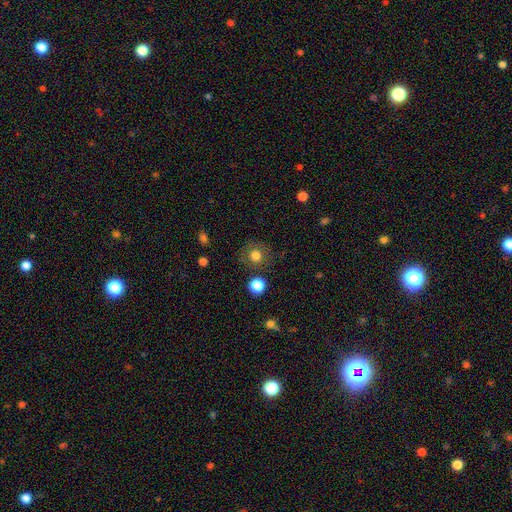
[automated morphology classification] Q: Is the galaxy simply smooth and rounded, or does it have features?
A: smooth — 79%.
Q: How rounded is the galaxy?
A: round — 90%.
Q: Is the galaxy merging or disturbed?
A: none — 80%.